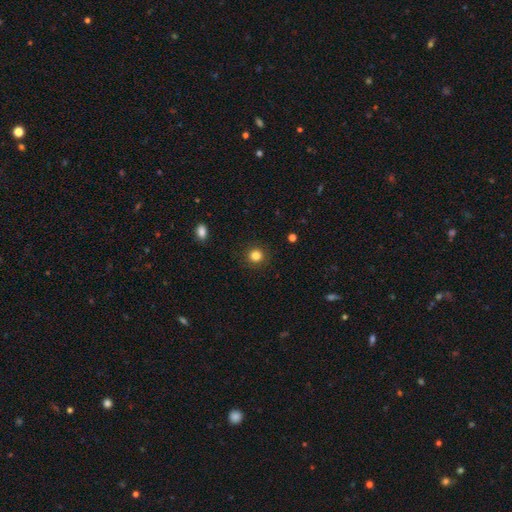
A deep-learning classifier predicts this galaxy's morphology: Smooth or featured: smooth — 84% (star or artifact — 11%)
How rounded: round — 91% (in between — 8%)
Merging: none — 91% (minor disturbance — 6%)